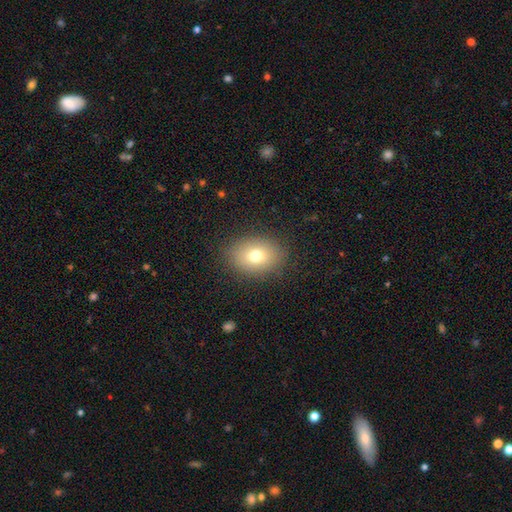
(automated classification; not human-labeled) The model was most divided on "how rounded": in between: 68%, round: 31%, cigar-shaped: 1%. More confident: merging — none (86%); smooth or featured — smooth (74%).